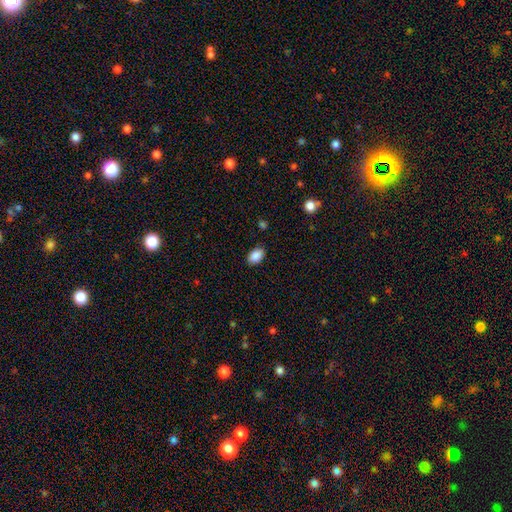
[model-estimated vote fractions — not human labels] smooth-or-featured: smooth: 88% | star or artifact: 8% | featured or disk: 4%
  how-rounded: in between: 89% | round: 10% | cigar-shaped: 1%
  merging: none: 87% | minor disturbance: 10% | major disturbance: 2% | merger: 1%